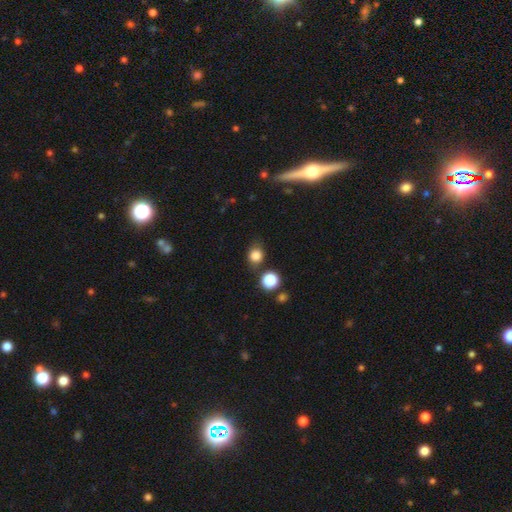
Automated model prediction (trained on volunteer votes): Q: Smooth or featured?
A: smooth (82%); runner-up: star or artifact (12%)
Q: How rounded?
A: round (67%); runner-up: in between (32%)
Q: Merging?
A: none (73%); runner-up: minor disturbance (15%)